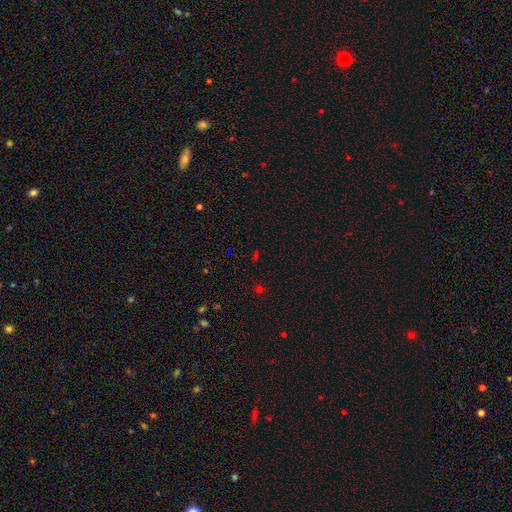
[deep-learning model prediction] star or artifact 58%, smooth 33%, featured or disk 9%.